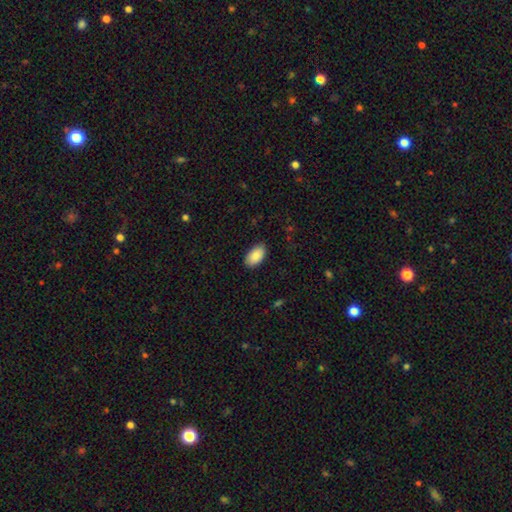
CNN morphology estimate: This appears to be a smooth galaxy with no disk features (89%) that is in between round and cigar-shaped (95%). Merging: none (86%).